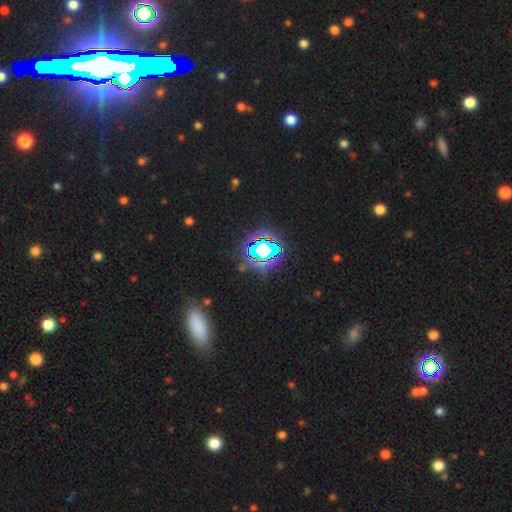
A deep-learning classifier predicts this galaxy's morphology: This appears to be a star or artifact, not a galaxy (76%).